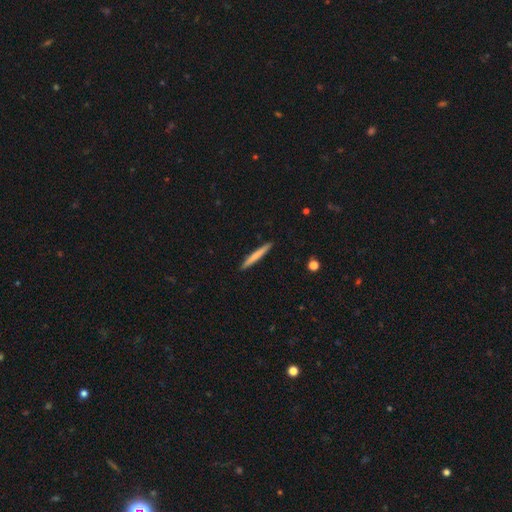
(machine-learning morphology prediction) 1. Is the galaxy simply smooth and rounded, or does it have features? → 71% smooth, 24% featured or disk, 5% star or artifact.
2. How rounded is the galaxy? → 96% cigar-shaped, 2% in between, 1% round.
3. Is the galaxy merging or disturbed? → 92% none, 6% minor disturbance, 1% major disturbance, 1% merger.